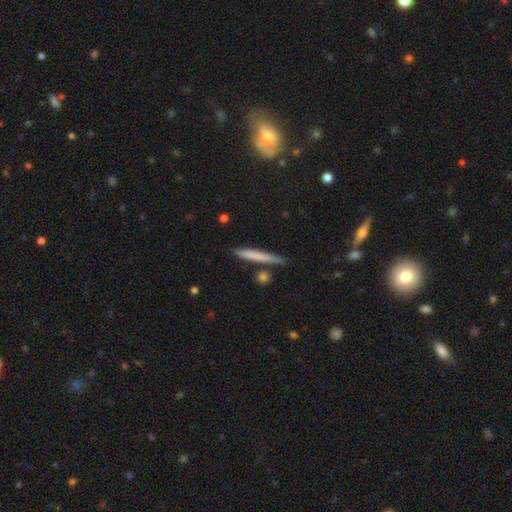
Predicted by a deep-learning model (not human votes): Q: Smooth or featured?
A: smooth (66%); runner-up: featured or disk (27%)
Q: How rounded?
A: cigar-shaped (95%); runner-up: in between (3%)
Q: Merging?
A: none (81%); runner-up: minor disturbance (11%)